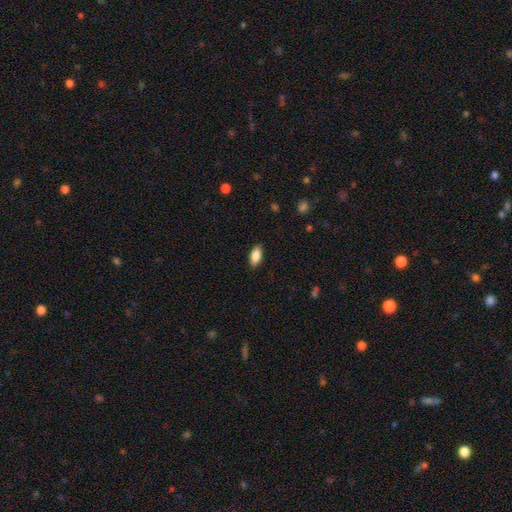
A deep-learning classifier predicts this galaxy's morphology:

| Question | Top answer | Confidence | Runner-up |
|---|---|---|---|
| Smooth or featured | smooth | 84% | featured or disk (9%) |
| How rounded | in between | 87% | cigar-shaped (10%) |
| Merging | none | 87% | minor disturbance (10%) |